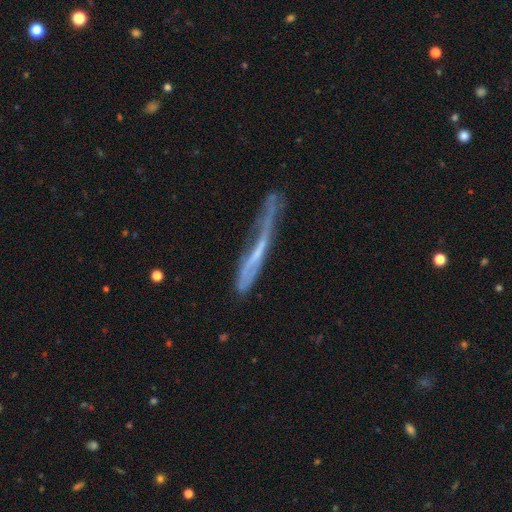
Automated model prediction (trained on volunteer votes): Smooth or featured? Predicted: featured or disk (p=0.59). Edge-on disk? Predicted: yes (p=0.68). Merging? Predicted: none (p=0.37).